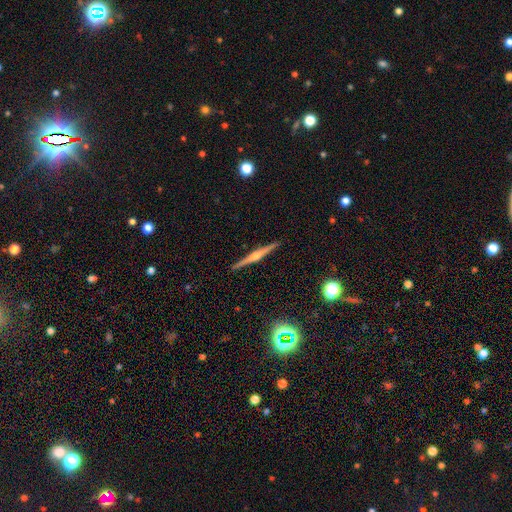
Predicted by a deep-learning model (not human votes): Smooth or featured?
  - featured or disk: 79% *
  - smooth: 14%
  - star or artifact: 7%
Edge-on disk?
  - yes: 98% *
  - no: 2%
Edge-on bulge?
  - rounded: 82% *
  - boxy: 11%
  - none: 7%
Merging?
  - none: 92% *
  - minor disturbance: 5%
  - major disturbance: 1%
  - merger: 1%